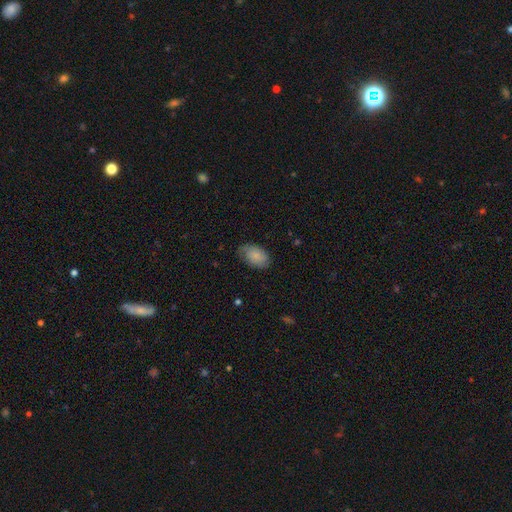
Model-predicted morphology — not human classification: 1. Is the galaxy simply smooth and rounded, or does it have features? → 81% smooth, 12% featured or disk, 7% star or artifact.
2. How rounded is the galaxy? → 91% in between, 7% round, 1% cigar-shaped.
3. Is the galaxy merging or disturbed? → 71% none, 23% minor disturbance, 5% major disturbance, 1% merger.